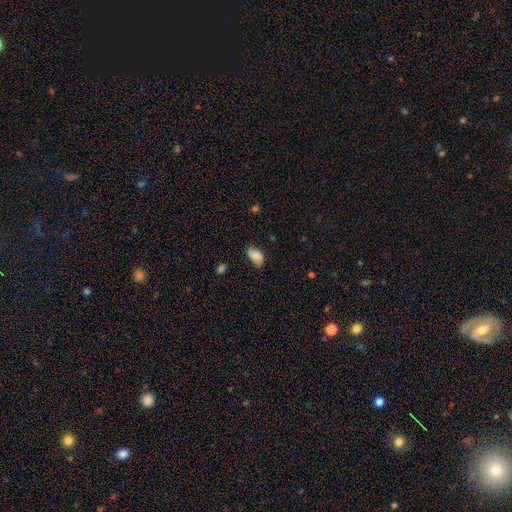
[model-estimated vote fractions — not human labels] Smooth or featured? Predicted: smooth (p=0.73). How rounded? Predicted: in between (p=0.92). Merging? Predicted: none (p=0.54).